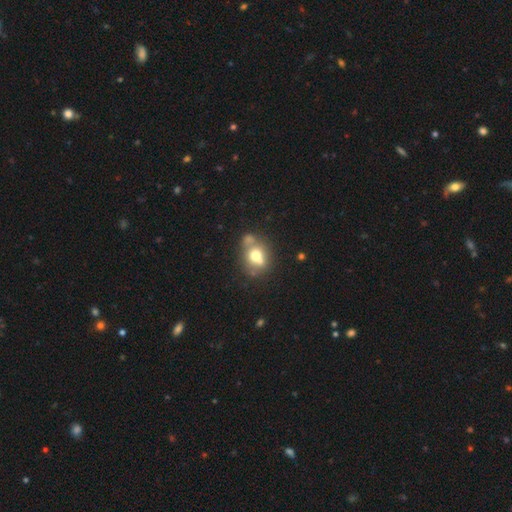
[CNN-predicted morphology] This appears to be a smooth galaxy with no disk features (61%) that is round (54%). Merging: none (46%).